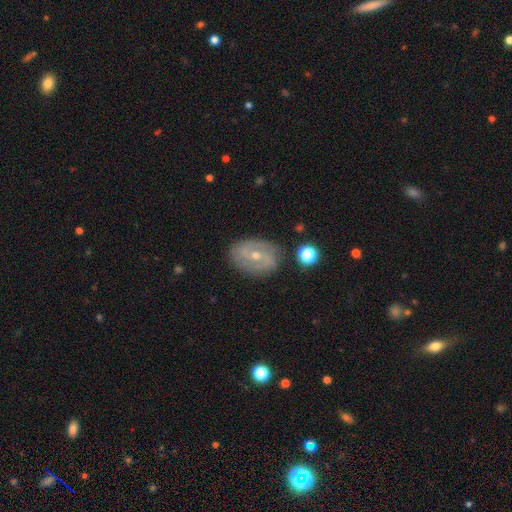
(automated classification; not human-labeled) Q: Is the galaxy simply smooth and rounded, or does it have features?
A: featured or disk — 72%.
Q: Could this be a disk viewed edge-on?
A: no — 95%.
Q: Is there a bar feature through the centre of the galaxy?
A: weak — 43%.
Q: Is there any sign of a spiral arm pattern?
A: yes — 75%.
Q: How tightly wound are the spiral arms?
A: medium — 40%, tied with tight.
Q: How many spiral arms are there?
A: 2 — 74%.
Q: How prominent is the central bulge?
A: small — 55%.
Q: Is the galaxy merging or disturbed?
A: none — 81%.